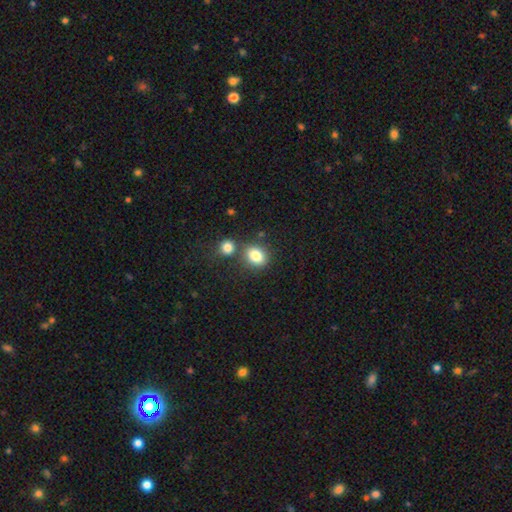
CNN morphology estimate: Smooth or featured?
  - smooth: 82% *
  - star or artifact: 10%
  - featured or disk: 7%
How rounded?
  - round: 56% *
  - in between: 43%
  - cigar-shaped: 1%
Merging?
  - none: 69% *
  - merger: 18%
  - minor disturbance: 10%
  - major disturbance: 3%